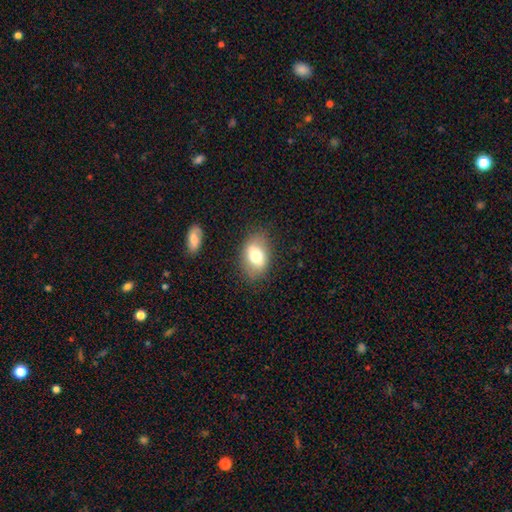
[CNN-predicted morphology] A smooth galaxy with no disk features (70%) that is in between round and cigar-shaped (84%).

Vote fractions:
- Smooth or featured? smooth: 70% / featured or disk: 22% / star or artifact: 8%
- How rounded? in between: 84% / round: 14% / cigar-shaped: 2%
- Merging? none: 77% / minor disturbance: 16% / major disturbance: 5% / merger: 2%